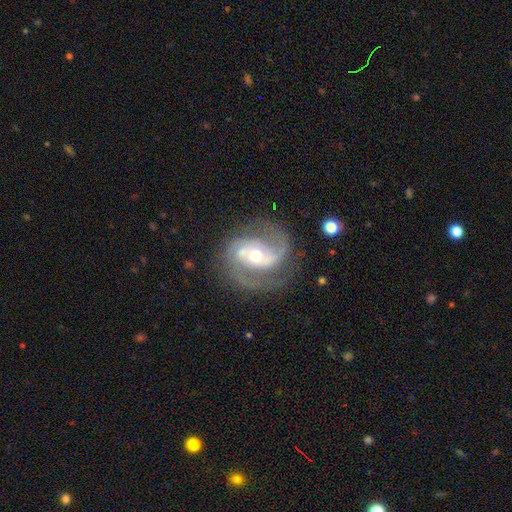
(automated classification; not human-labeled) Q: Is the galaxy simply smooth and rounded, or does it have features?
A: featured or disk — 89%.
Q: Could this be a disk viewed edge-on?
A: no — 98%.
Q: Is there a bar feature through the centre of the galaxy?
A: no — 42%.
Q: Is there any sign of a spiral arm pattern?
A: yes — 97%.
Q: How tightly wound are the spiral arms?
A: medium — 57%.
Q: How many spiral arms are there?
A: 2 — 83%.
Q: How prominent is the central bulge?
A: moderate — 65%.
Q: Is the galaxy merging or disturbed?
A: none — 73%.